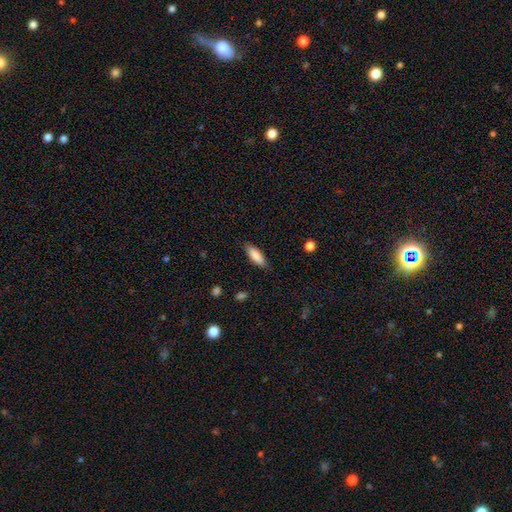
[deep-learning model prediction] Smooth or featured? smooth (85%)
How rounded? in between (60%)
Merging? none (84%)